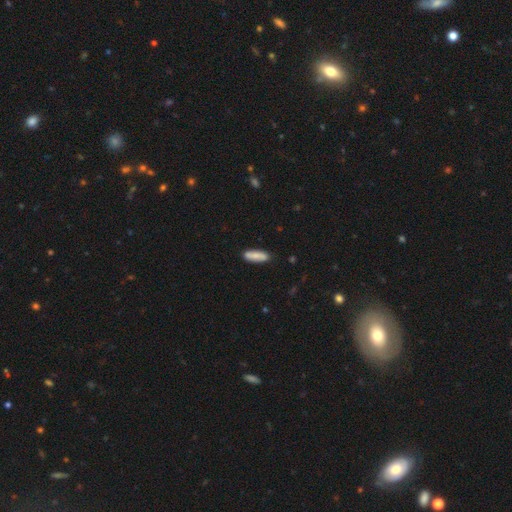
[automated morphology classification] smooth-or-featured: smooth: 80% | featured or disk: 14% | star or artifact: 6%
  how-rounded: cigar-shaped: 51% | in between: 47% | round: 2%
  merging: none: 85% | minor disturbance: 11% | merger: 2% | major disturbance: 2%